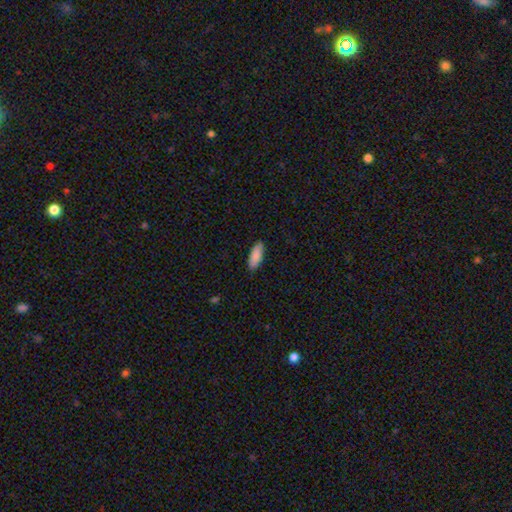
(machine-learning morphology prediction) type=smooth (88%); roundness=in between (76%); merging=none (86%).